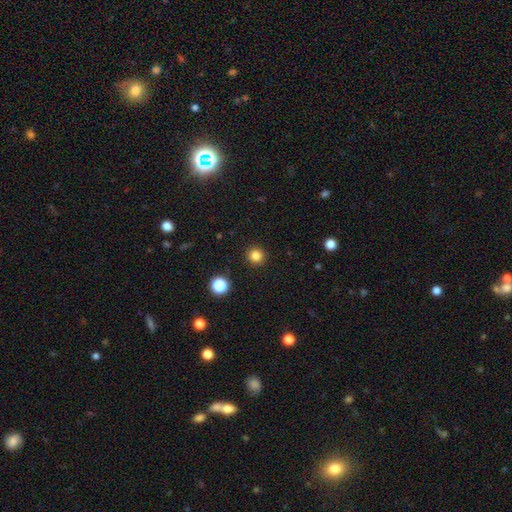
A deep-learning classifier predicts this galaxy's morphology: A smooth galaxy with no disk features (83%) that is round (94%). Merging: none (92%).